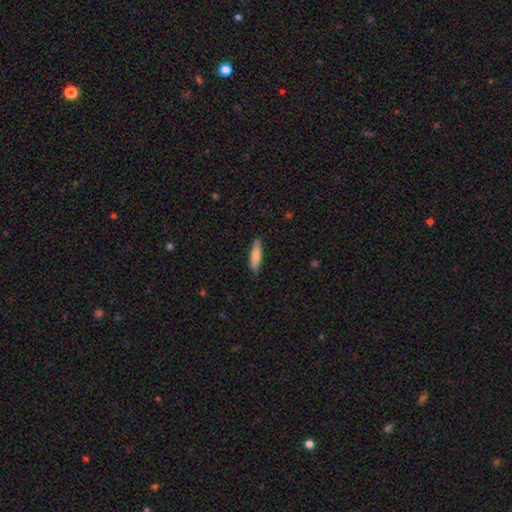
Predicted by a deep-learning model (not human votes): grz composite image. It shows a smooth galaxy with no disk features (81%) that is cigar-shaped (60%). Merging: none (86%).